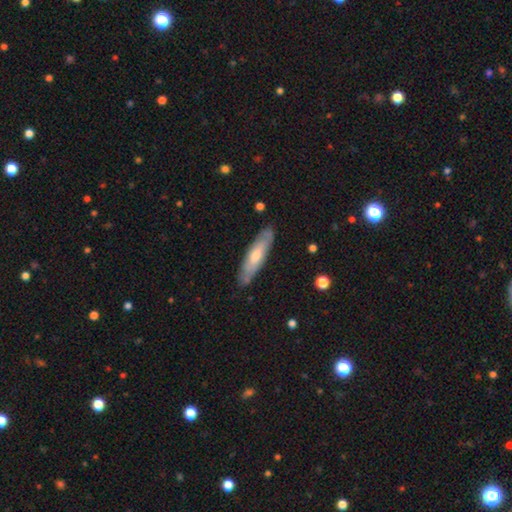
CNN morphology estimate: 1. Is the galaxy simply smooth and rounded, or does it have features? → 50% smooth, 45% featured or disk, 6% star or artifact.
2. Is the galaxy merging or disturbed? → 84% none, 13% minor disturbance, 2% major disturbance, 1% merger.